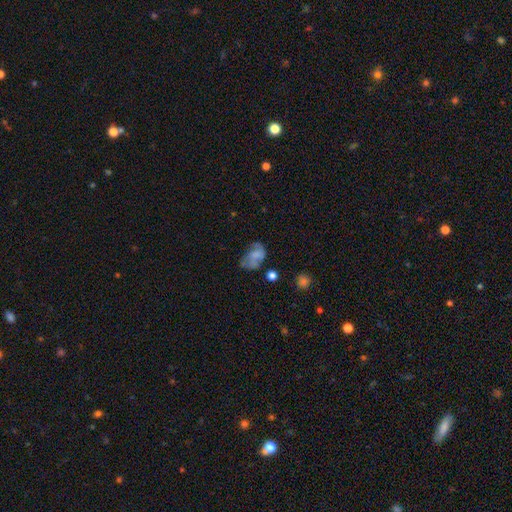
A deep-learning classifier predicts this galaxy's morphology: The model was most divided on "merging": none: 36%, minor disturbance: 29%, major disturbance: 27%, merger: 8%. More confident: how rounded — in between (83%); smooth or featured — smooth (57%).